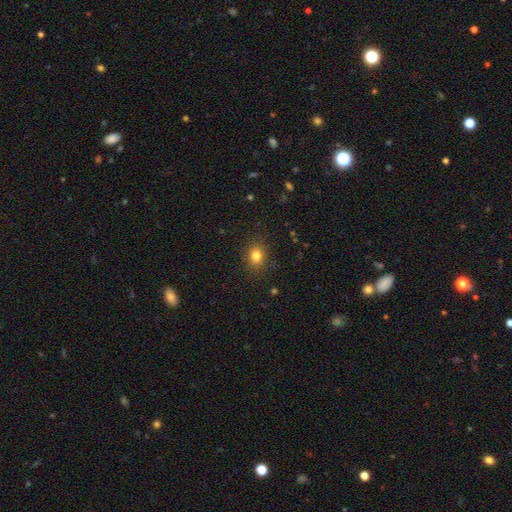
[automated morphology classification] This appears to be a smooth galaxy with no disk features (81%) that is round (50%). Merging: none (86%).